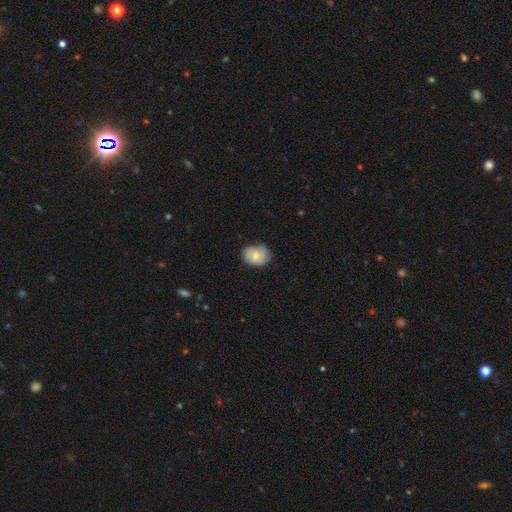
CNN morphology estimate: Smooth or featured: smooth — 74% (featured or disk — 20%)
How rounded: in between — 66% (round — 33%)
Merging: none — 74% (minor disturbance — 21%)